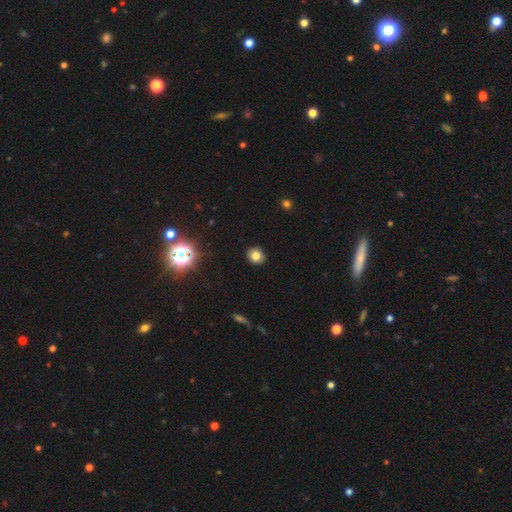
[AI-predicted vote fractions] Overall: smooth (79%). How rounded: round (72%). Merging: none (90%).